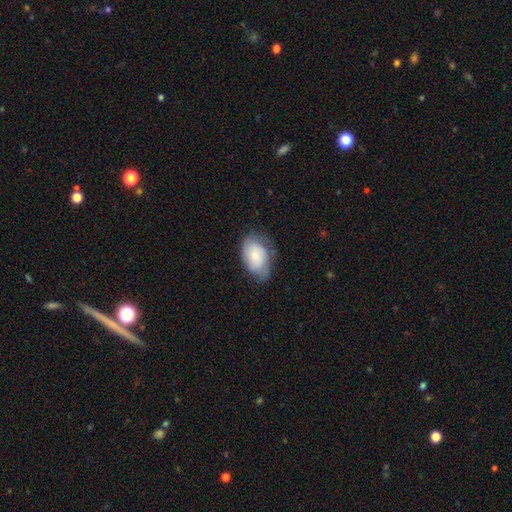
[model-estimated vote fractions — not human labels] A smooth galaxy with no disk features (63%) that is in between round and cigar-shaped (88%).

Vote fractions:
- Smooth or featured? smooth: 63% / featured or disk: 31% / star or artifact: 7%
- How rounded? in between: 88% / round: 11% / cigar-shaped: 1%
- Merging? none: 51% / minor disturbance: 34% / major disturbance: 13% / merger: 2%